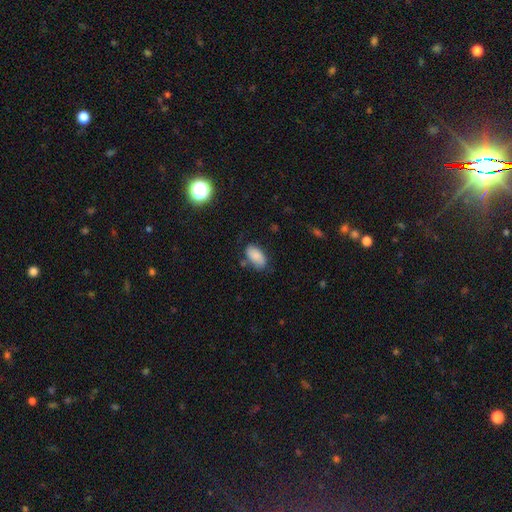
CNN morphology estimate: smooth_or_featured: smooth (p=0.85) [alt: star or artifact p=0.08]
how_rounded: in between (p=0.94) [alt: round p=0.04]
merging: none (p=0.69) [alt: minor disturbance p=0.22]